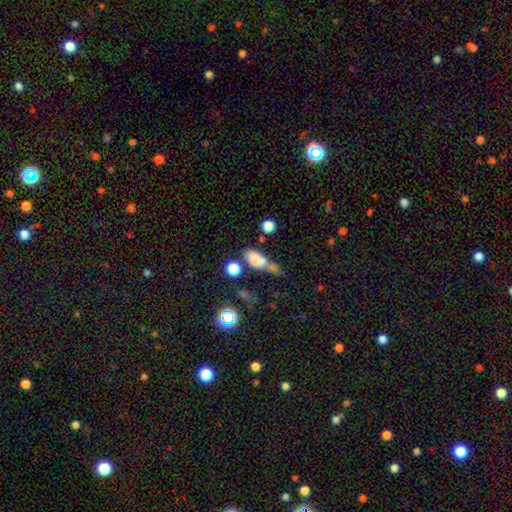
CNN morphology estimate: Smooth or featured? smooth (63%)
How rounded? in between (72%)
Merging? merger (43%)